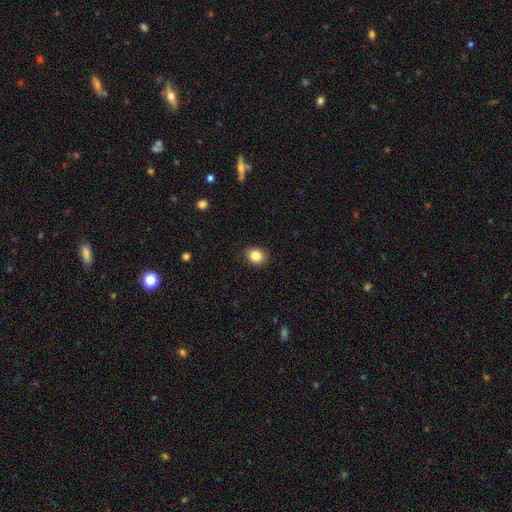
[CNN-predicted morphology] This is clearly a smooth galaxy (85%). How rounded: likely round (65%). Merging: clearly none (90%).